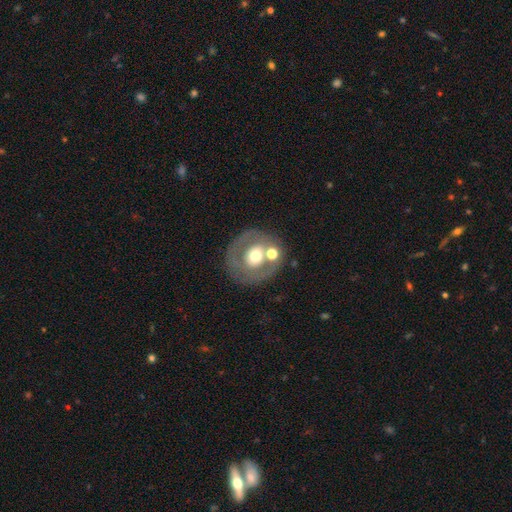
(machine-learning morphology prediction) Q: Smooth or featured?
A: featured or disk (47%); runner-up: smooth (44%)
Q: Merging?
A: none (63%); runner-up: merger (18%)